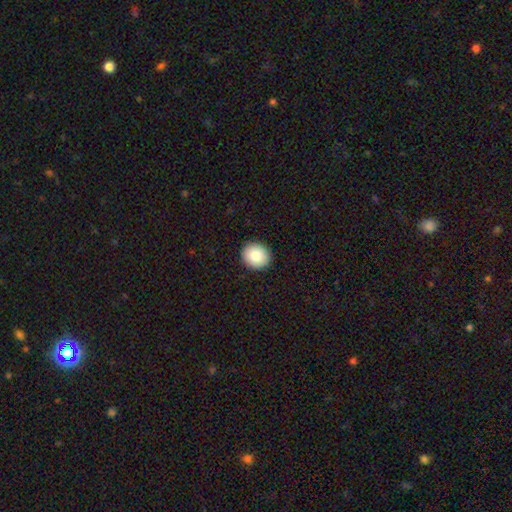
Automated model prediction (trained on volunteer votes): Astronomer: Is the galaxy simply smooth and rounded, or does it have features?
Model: smooth — 86%.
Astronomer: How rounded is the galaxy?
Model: round — 80%.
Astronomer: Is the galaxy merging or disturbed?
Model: none — 92%.